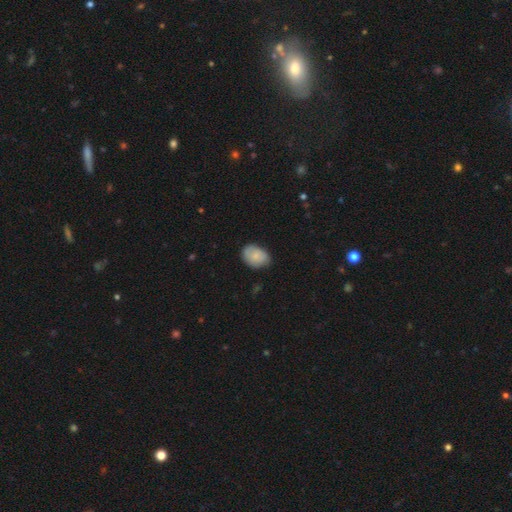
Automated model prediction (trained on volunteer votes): This is likely a smooth galaxy (79%). How rounded: likely in between (71%). Merging: likely none (68%).